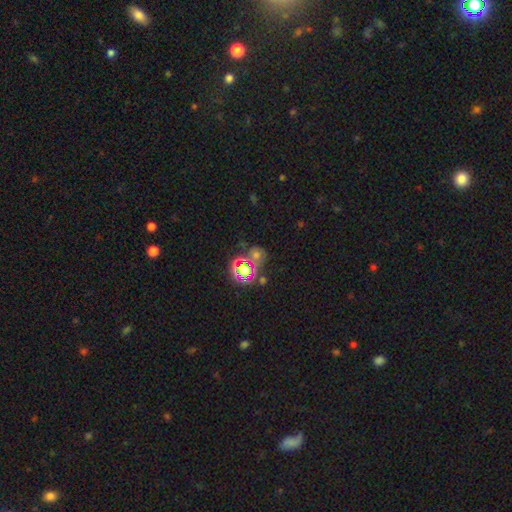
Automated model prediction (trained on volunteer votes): This appears to be a star or artifact, not a galaxy (57%).